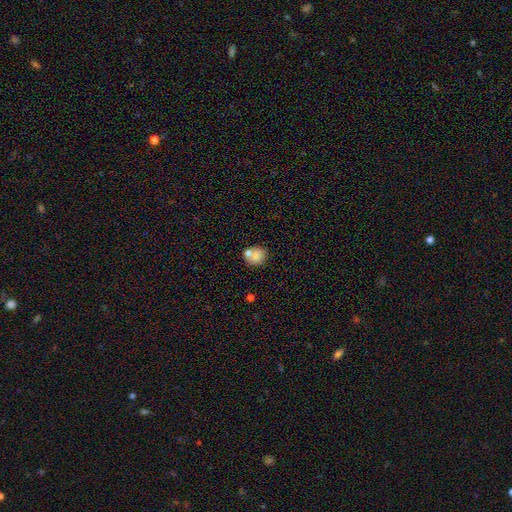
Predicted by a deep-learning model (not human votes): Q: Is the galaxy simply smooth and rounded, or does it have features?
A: smooth — 78%.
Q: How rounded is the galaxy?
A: round — 85%.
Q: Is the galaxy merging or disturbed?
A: none — 65%.